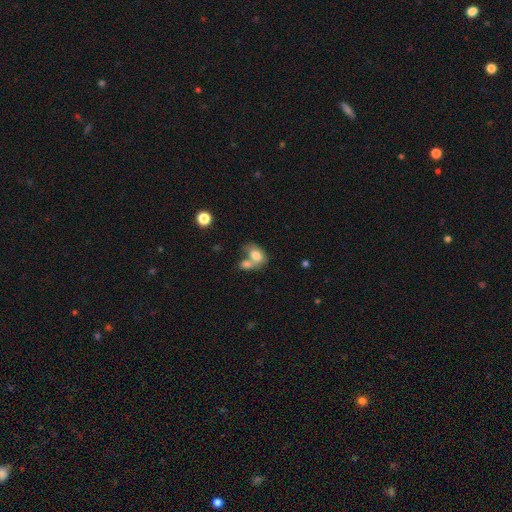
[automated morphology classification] Q: Smooth or featured?
A: smooth (73%); runner-up: featured or disk (19%)
Q: How rounded?
A: in between (83%); runner-up: round (16%)
Q: Merging?
A: merger (59%); runner-up: none (23%)